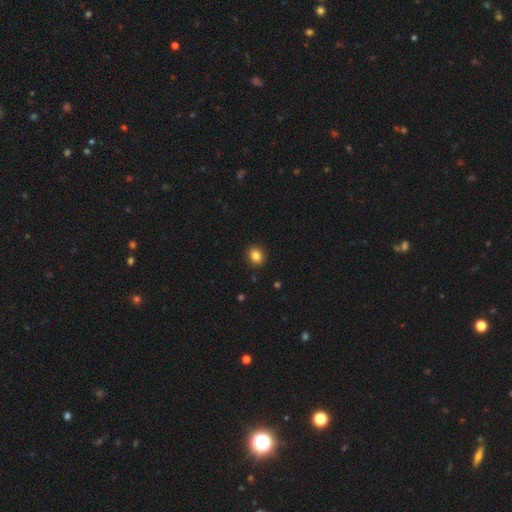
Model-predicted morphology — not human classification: smooth_or_featured: smooth (p=0.85) [alt: star or artifact p=0.10]
how_rounded: round (p=0.66) [alt: in between p=0.33]
merging: none (p=0.91) [alt: minor disturbance p=0.06]